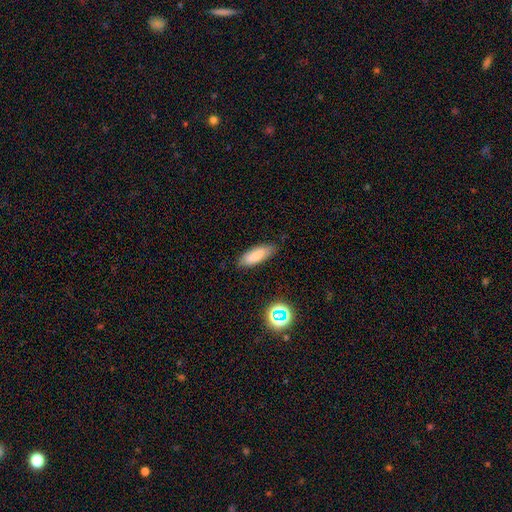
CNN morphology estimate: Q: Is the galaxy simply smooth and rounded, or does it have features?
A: smooth — 81%.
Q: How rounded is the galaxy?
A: in between — 68%.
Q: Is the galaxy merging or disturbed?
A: none — 82%.